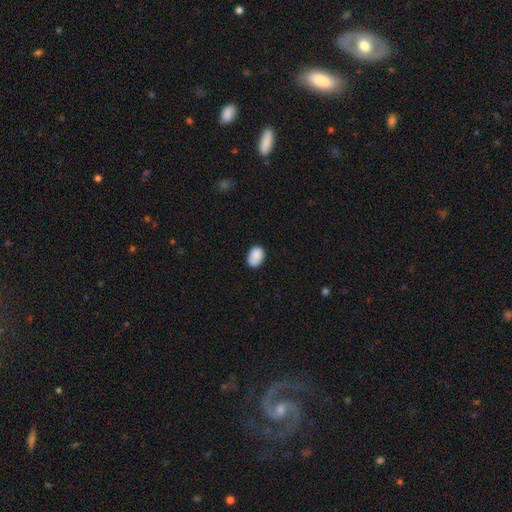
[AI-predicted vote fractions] smooth-or-featured: smooth: 88% | star or artifact: 7% | featured or disk: 5%
  how-rounded: in between: 82% | round: 17% | cigar-shaped: 1%
  merging: none: 76% | minor disturbance: 19% | major disturbance: 3% | merger: 2%